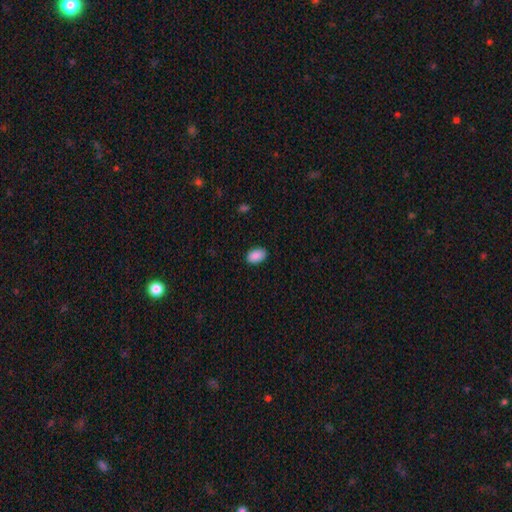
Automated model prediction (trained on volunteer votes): A smooth galaxy with no disk features (90%) that is in between round and cigar-shaped (91%).

Vote fractions:
- Smooth or featured? smooth: 90% / star or artifact: 7% / featured or disk: 3%
- How rounded? in between: 91% / round: 8% / cigar-shaped: 1%
- Merging? none: 87% / minor disturbance: 10% / major disturbance: 2% / merger: 1%